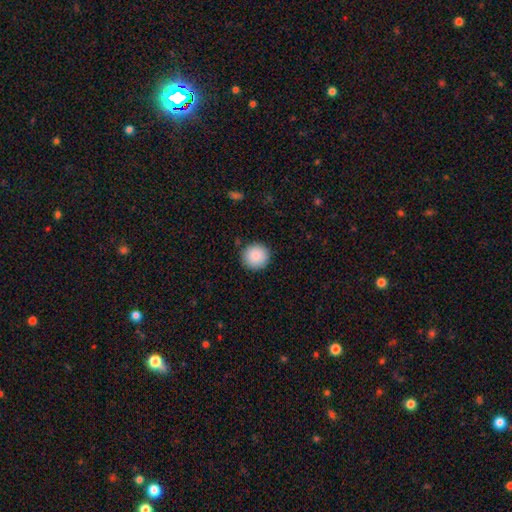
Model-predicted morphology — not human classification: The model was most divided on "smooth or featured": smooth: 89%, star or artifact: 7%, featured or disk: 3%. More confident: how rounded — round (93%); merging — none (90%).